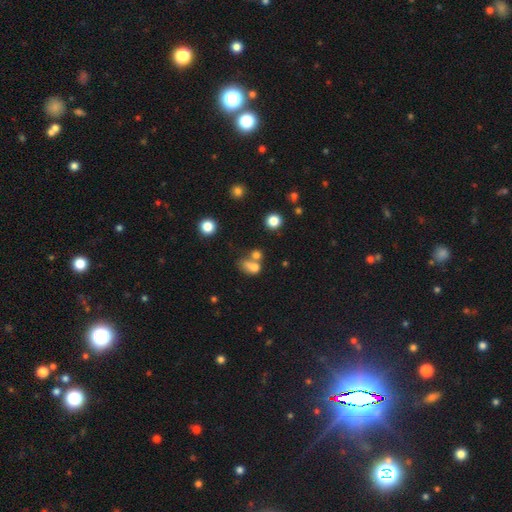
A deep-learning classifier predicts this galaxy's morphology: Overall: star or artifact (46%; smooth 41%).